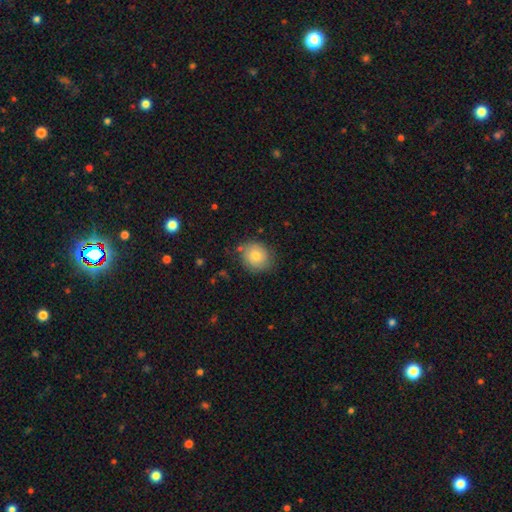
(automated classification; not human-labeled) A smooth galaxy with no disk features (77%) that is round (72%).

Vote fractions:
- Smooth or featured? smooth: 77% / featured or disk: 15% / star or artifact: 8%
- How rounded? round: 72% / in between: 27% / cigar-shaped: 1%
- Merging? none: 75% / minor disturbance: 18% / major disturbance: 4% / merger: 3%